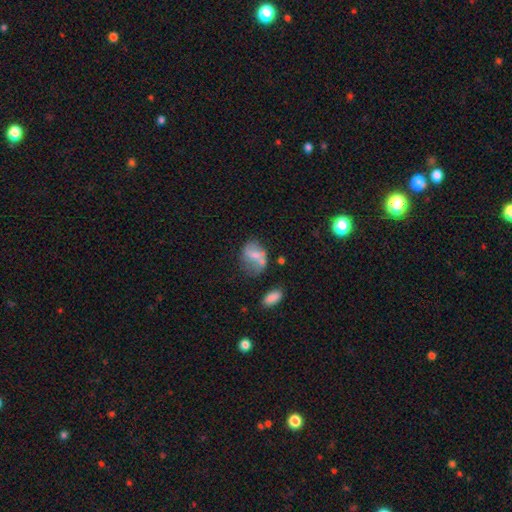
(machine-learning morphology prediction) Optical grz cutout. It shows a smooth galaxy with no disk features (46%). Merging: none (41%).